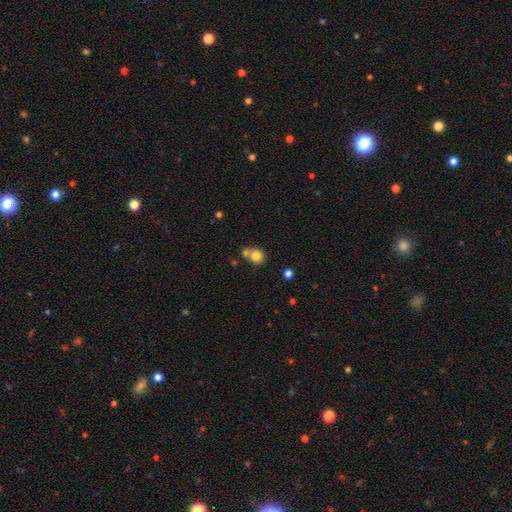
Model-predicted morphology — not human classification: A smooth galaxy with no disk features (80%) that is round (85%).

Vote fractions:
- Smooth or featured? smooth: 80% / star or artifact: 11% / featured or disk: 9%
- How rounded? round: 85% / in between: 14% / cigar-shaped: 1%
- Merging? none: 52% / merger: 36% / minor disturbance: 9% / major disturbance: 3%